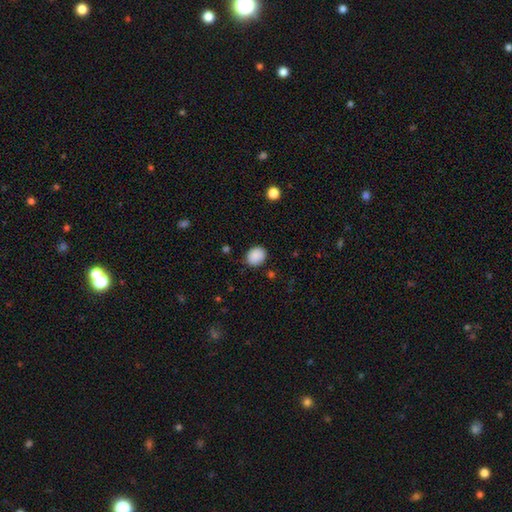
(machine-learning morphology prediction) smooth 89%, star or artifact 8%, featured or disk 3%. Down the decision tree: how rounded — round (59%); merging — none (83%).